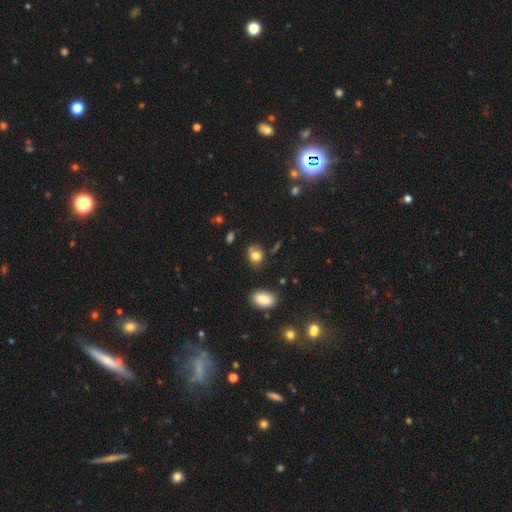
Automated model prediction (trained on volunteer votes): smooth-or-featured: smooth: 80% | star or artifact: 11% | featured or disk: 9%
  how-rounded: round: 58% | in between: 40% | cigar-shaped: 1%
  merging: none: 69% | minor disturbance: 20% | major disturbance: 5% | merger: 5%